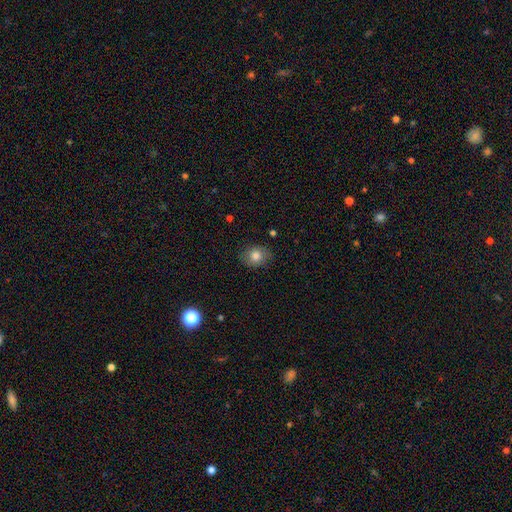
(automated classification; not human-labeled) smooth-or-featured: smooth: 81% | star or artifact: 10% | featured or disk: 9%
  how-rounded: round: 50% | in between: 49% | cigar-shaped: 1%
  merging: none: 83% | minor disturbance: 13% | major disturbance: 3% | merger: 1%